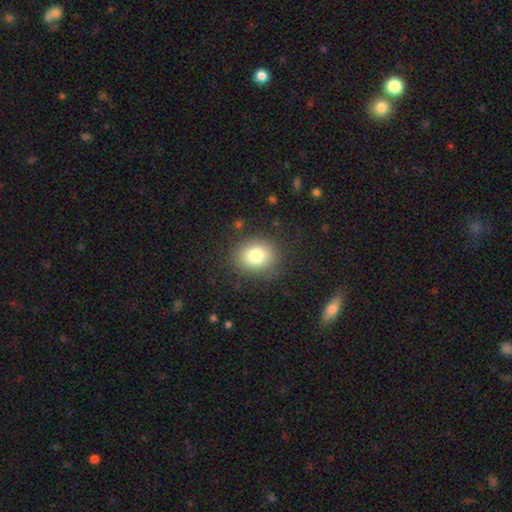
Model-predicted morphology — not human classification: Overall: smooth (80%). How rounded: round (67%; in between 32%). Merging: none (84%).